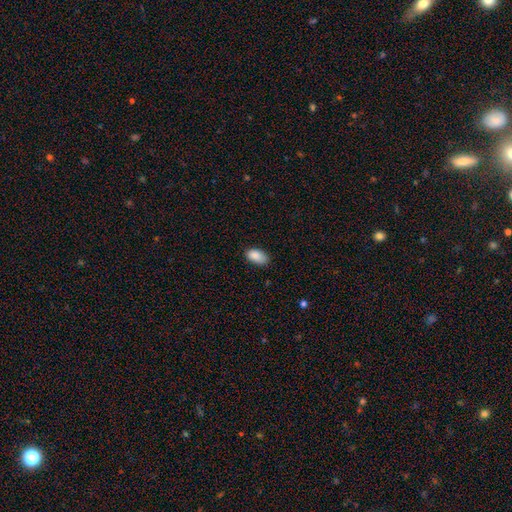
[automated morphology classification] Overall: smooth (88%). How rounded: in between (94%). Merging: none (76%).